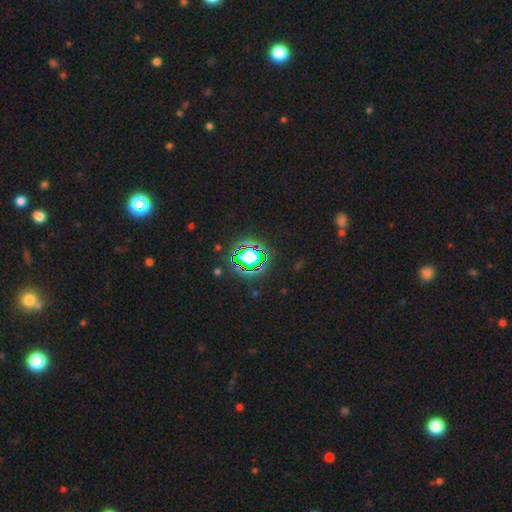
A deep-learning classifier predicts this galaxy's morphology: This appears to be a star or artifact, not a galaxy (75%).